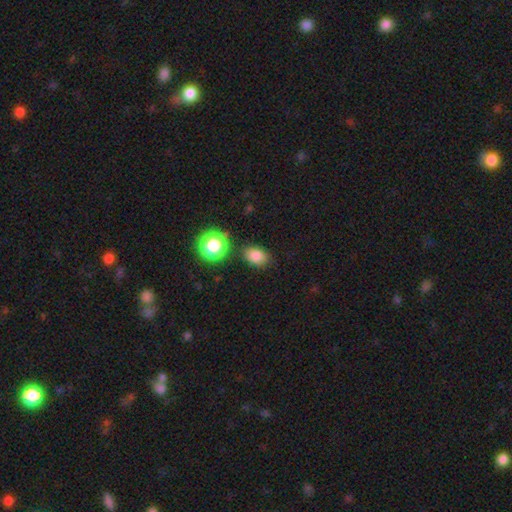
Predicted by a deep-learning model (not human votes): Smooth or featured? smooth (80%)
How rounded? in between (76%)
Merging? none (81%)